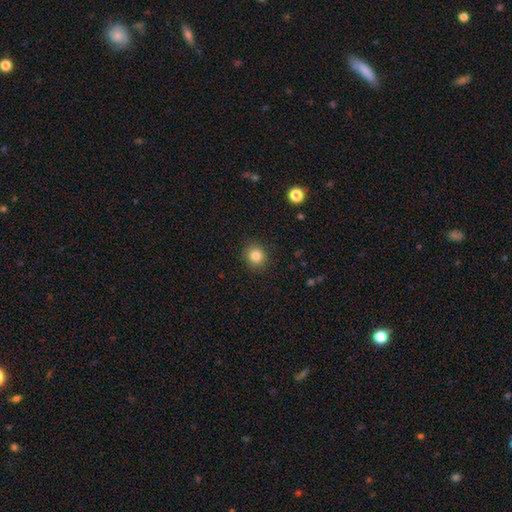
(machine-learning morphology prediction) Smooth or featured? Predicted: smooth (p=0.84). How rounded? Predicted: round (p=0.87). Merging? Predicted: none (p=0.90).